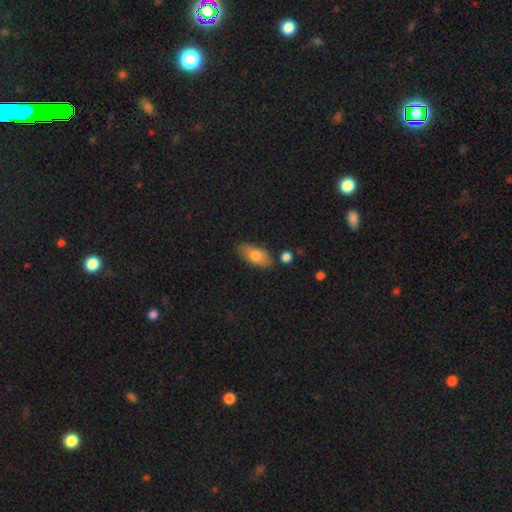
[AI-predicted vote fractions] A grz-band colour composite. It shows a smooth galaxy with no disk features (75%) that is in between round and cigar-shaped (86%). Merging: none (81%).